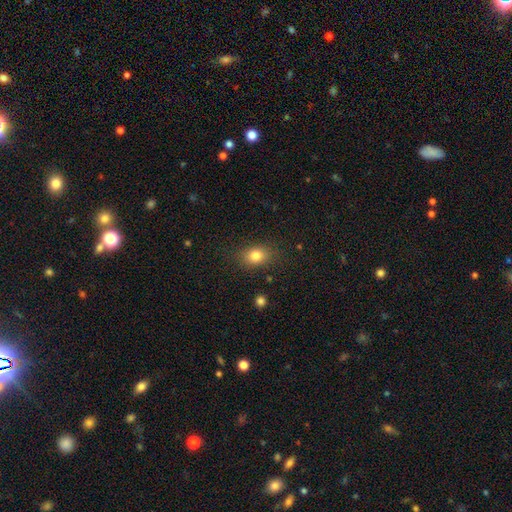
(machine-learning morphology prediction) This is clearly a smooth galaxy (82%). How rounded: likely in between (63%). Merging: clearly none (83%).